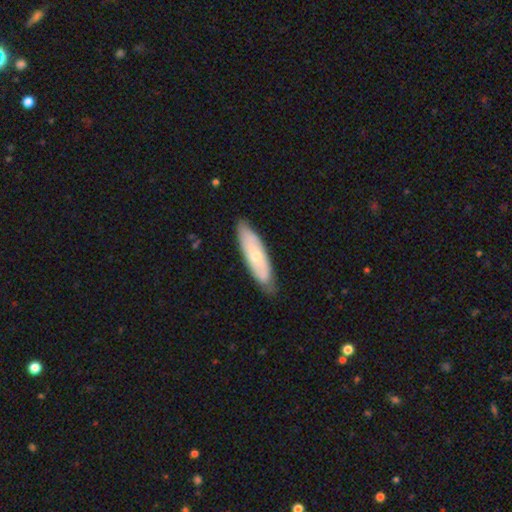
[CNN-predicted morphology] type=smooth (54%); roundness=cigar-shaped (58%); merging=none (79%).